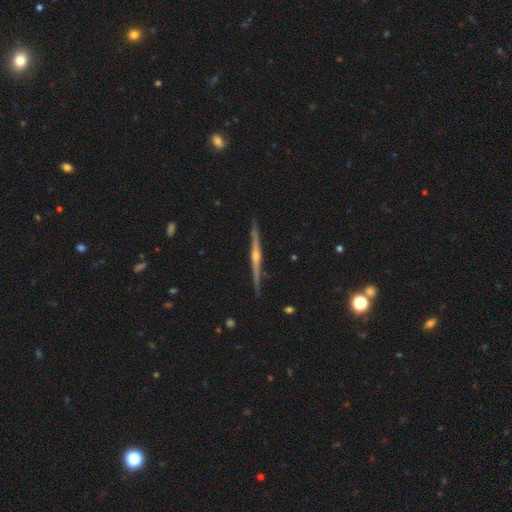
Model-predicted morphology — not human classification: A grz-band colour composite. It shows a featured or disk galaxy (86%) viewed edge-on (98%) with a rounded central bulge (88%). Merging: none (90%).